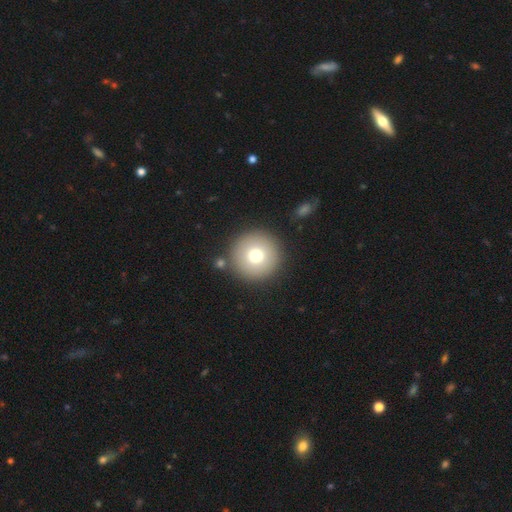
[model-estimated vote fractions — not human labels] smooth 73%, featured or disk 15%, star or artifact 11%. Down the decision tree: how rounded — round (97%); merging — none (87%).